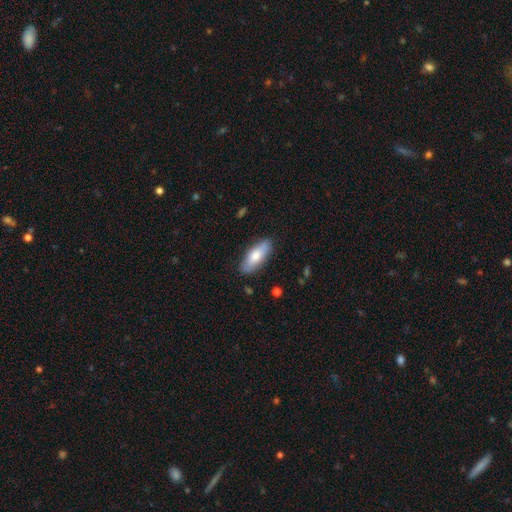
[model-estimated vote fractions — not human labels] Smooth or featured?
  - smooth: 73% *
  - featured or disk: 22%
  - star or artifact: 6%
How rounded?
  - in between: 72% *
  - cigar-shaped: 26%
  - round: 2%
Merging?
  - none: 84% *
  - minor disturbance: 12%
  - major disturbance: 2%
  - merger: 1%